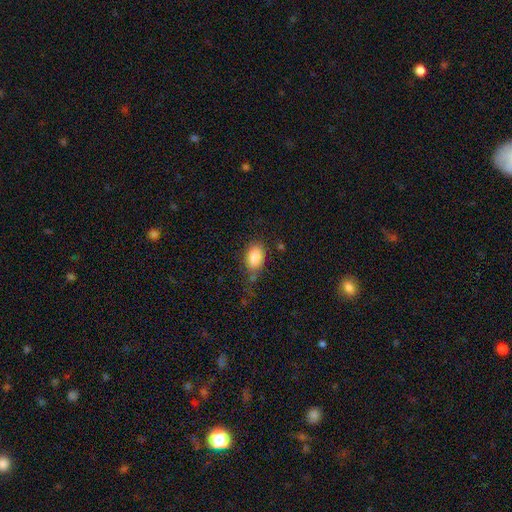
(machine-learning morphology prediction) smooth-or-featured: smooth: 85% | star or artifact: 8% | featured or disk: 7%
  how-rounded: in between: 87% | round: 12% | cigar-shaped: 2%
  merging: none: 64% | minor disturbance: 23% | major disturbance: 9% | merger: 4%